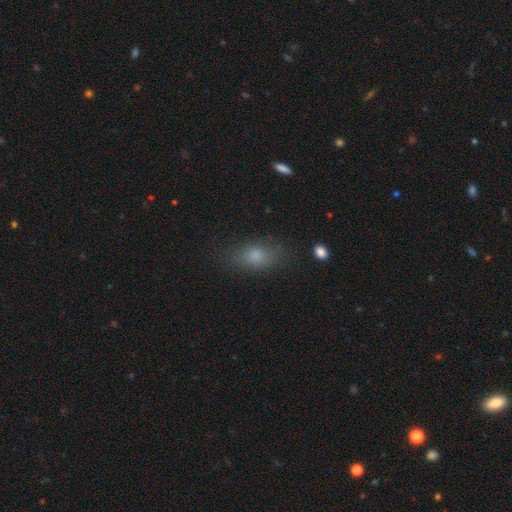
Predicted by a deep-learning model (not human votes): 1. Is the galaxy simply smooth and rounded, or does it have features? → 75% smooth, 13% featured or disk, 12% star or artifact.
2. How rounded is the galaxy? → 79% in between, 13% round, 7% cigar-shaped.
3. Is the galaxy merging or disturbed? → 78% none, 15% minor disturbance, 5% major disturbance, 2% merger.